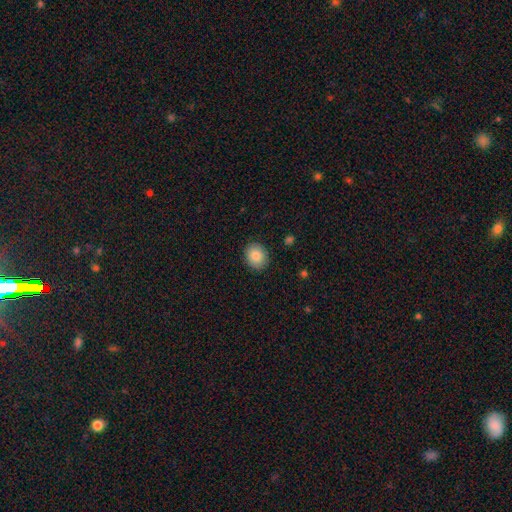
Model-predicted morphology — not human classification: smooth-or-featured: smooth: 85% | star or artifact: 8% | featured or disk: 7%
  how-rounded: round: 59% | in between: 40% | cigar-shaped: 1%
  merging: none: 89% | minor disturbance: 8% | major disturbance: 2% | merger: 1%